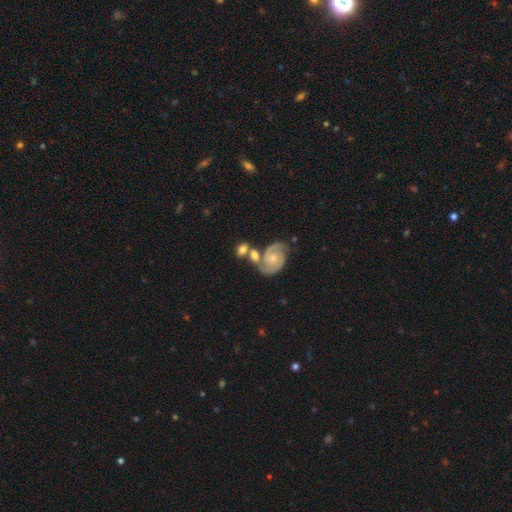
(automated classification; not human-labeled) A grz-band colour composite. It shows a featured or disk galaxy (82%) with no bar (64%), 2 (81%) tight (52%) spiral arms (96%) and a small central bulge (53%). Merging: none (59%).